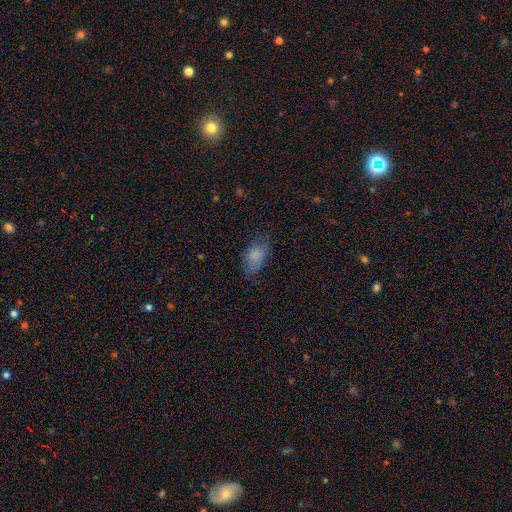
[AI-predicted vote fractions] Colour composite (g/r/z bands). It shows a smooth galaxy with no disk features (80%) that is in between round and cigar-shaped (91%). Merging: none (64%).